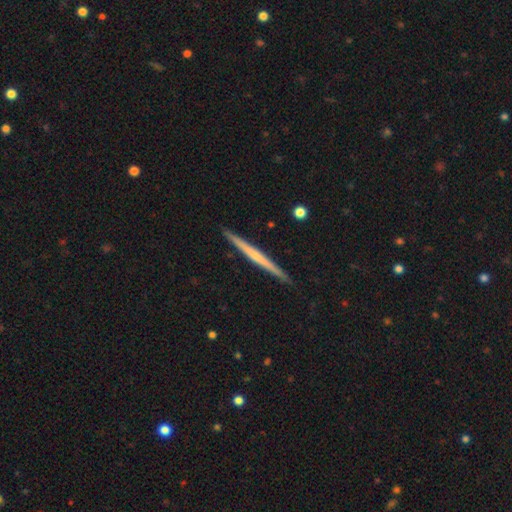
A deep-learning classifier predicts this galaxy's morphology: Smooth or featured?
  - featured or disk: 62% *
  - smooth: 33%
  - star or artifact: 5%
Edge-on disk?
  - yes: 98% *
  - no: 2%
Edge-on bulge?
  - none: 65% *
  - rounded: 28%
  - boxy: 7%
Merging?
  - none: 92% *
  - minor disturbance: 6%
  - major disturbance: 1%
  - merger: 1%